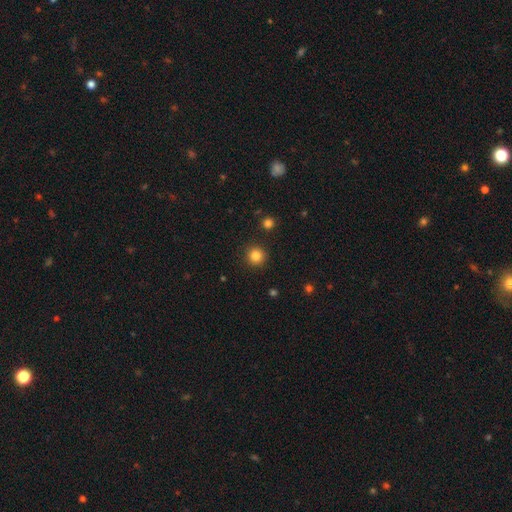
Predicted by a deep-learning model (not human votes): smooth-or-featured: smooth: 84% | star or artifact: 12% | featured or disk: 4%
  how-rounded: round: 95% | in between: 4% | cigar-shaped: 1%
  merging: none: 92% | minor disturbance: 5% | major disturbance: 2% | merger: 1%